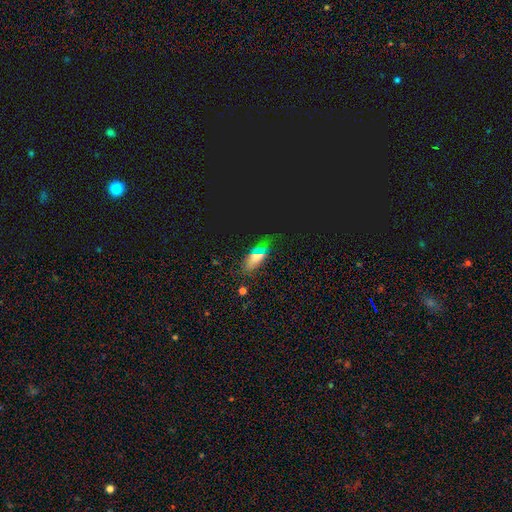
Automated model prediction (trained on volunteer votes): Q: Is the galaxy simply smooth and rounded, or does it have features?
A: smooth — 55%.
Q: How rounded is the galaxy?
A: in between — 79%.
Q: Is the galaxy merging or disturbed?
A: none — 78%.